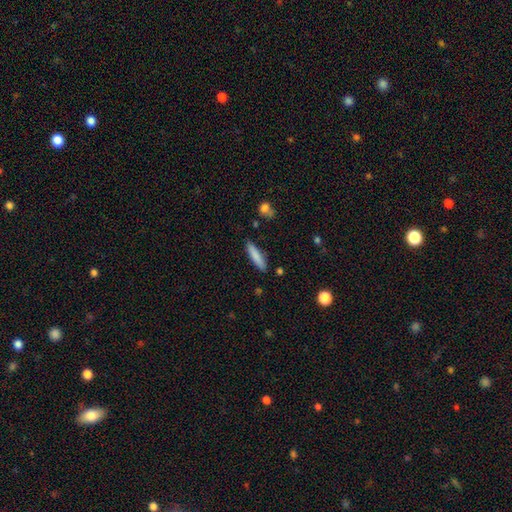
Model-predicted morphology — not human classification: Overall: smooth (83%). How rounded: cigar-shaped (81%). Merging: none (86%).